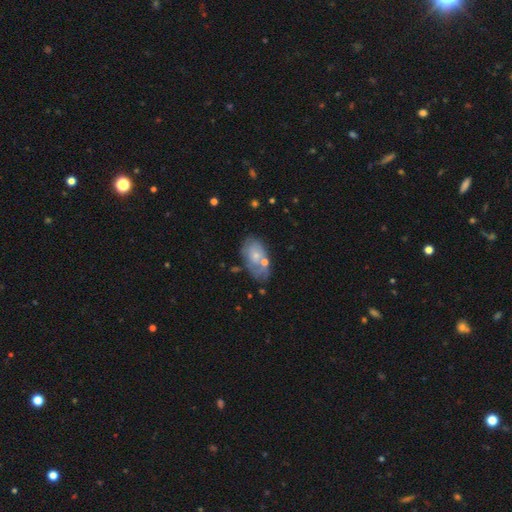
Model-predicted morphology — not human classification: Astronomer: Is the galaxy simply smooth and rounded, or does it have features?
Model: smooth — 47% (runner-up: featured or disk, 46%).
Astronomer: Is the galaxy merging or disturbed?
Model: none — 48% (runner-up: minor disturbance, 25%).